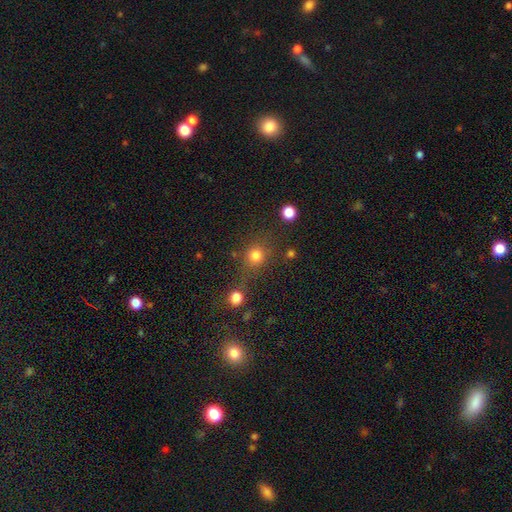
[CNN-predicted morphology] Smooth or featured?
  - smooth: 79% *
  - star or artifact: 15%
  - featured or disk: 6%
How rounded?
  - round: 87% *
  - in between: 12%
  - cigar-shaped: 1%
Merging?
  - none: 69% *
  - merger: 13%
  - minor disturbance: 11%
  - major disturbance: 6%